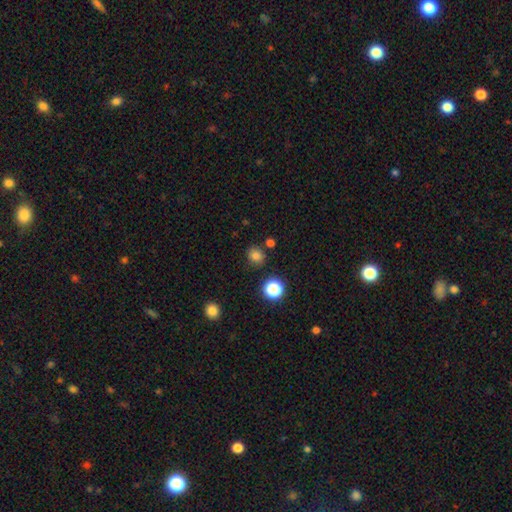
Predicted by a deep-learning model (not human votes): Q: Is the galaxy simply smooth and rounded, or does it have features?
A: smooth — 79%.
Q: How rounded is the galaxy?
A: round — 81%.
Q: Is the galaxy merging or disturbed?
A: none — 82%.